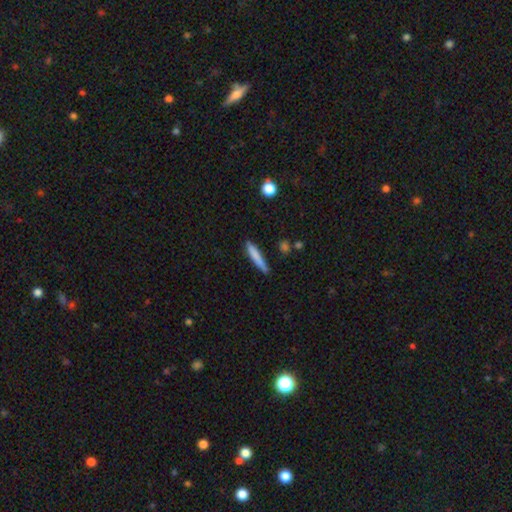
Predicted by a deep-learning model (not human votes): smooth 79%, featured or disk 15%, star or artifact 6%. Down the decision tree: how rounded — cigar-shaped (92%); merging — none (81%).